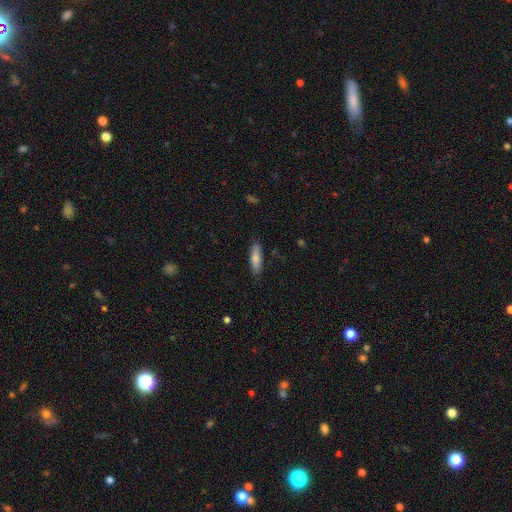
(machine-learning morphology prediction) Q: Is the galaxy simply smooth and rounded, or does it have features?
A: smooth — 77%.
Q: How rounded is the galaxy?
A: cigar-shaped — 63%.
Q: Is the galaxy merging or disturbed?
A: none — 86%.